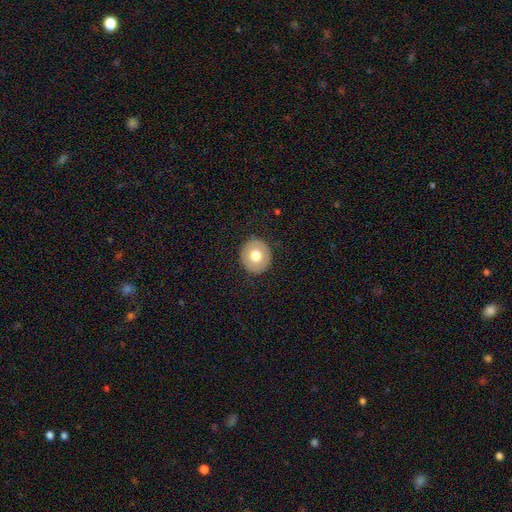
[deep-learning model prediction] smooth_or_featured: smooth (p=0.69) [alt: featured or disk p=0.24]
how_rounded: round (p=0.82) [alt: in between p=0.17]
merging: none (p=0.90) [alt: minor disturbance p=0.07]